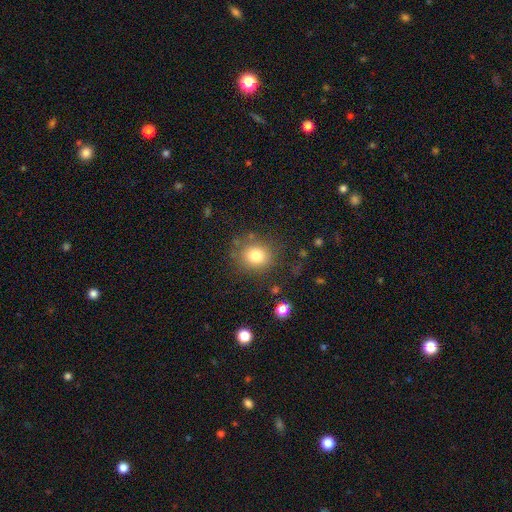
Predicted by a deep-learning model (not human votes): A smooth galaxy with no disk features (79%) that is round (78%).

Vote fractions:
- Smooth or featured? smooth: 79% / star or artifact: 12% / featured or disk: 9%
- How rounded? round: 78% / in between: 21% / cigar-shaped: 1%
- Merging? none: 80% / minor disturbance: 12% / major disturbance: 5% / merger: 3%